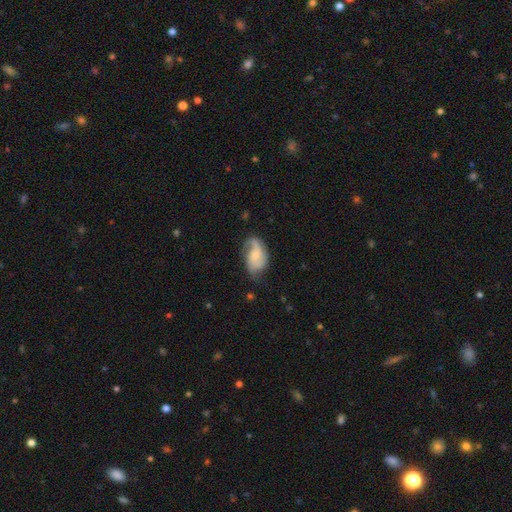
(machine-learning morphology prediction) This appears to be a featured or disk galaxy (68%) with no bar (60%), 2 (63%) medium (44%) spiral arms (92%) and a small central bulge (40%). Merging: none (55%).